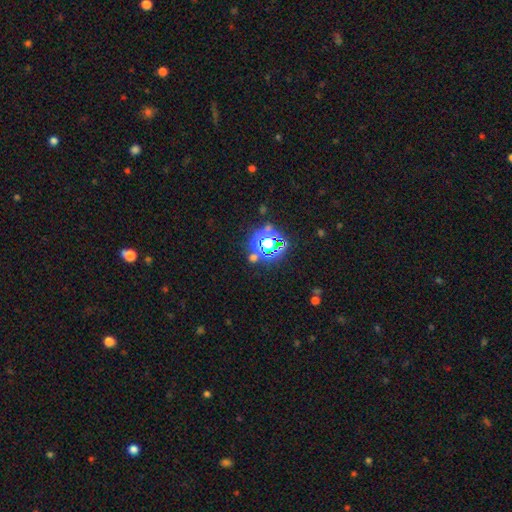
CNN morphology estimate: This is likely a star or artifact rather than a galaxy (76%).